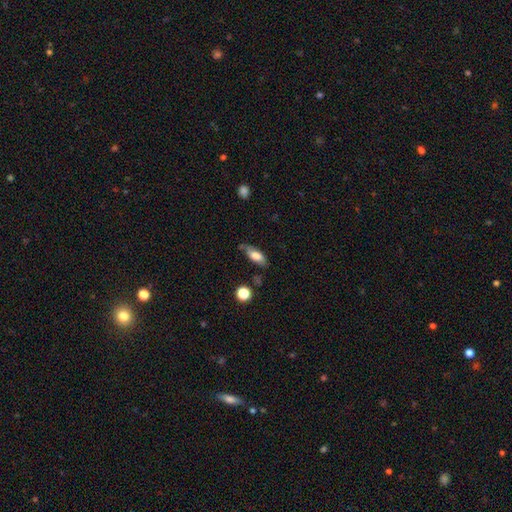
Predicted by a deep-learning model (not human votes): smooth_or_featured: smooth (p=0.70) [alt: featured or disk p=0.22]
how_rounded: in between (p=0.73) [alt: cigar-shaped p=0.25]
merging: none (p=0.63) [alt: minor disturbance p=0.26]